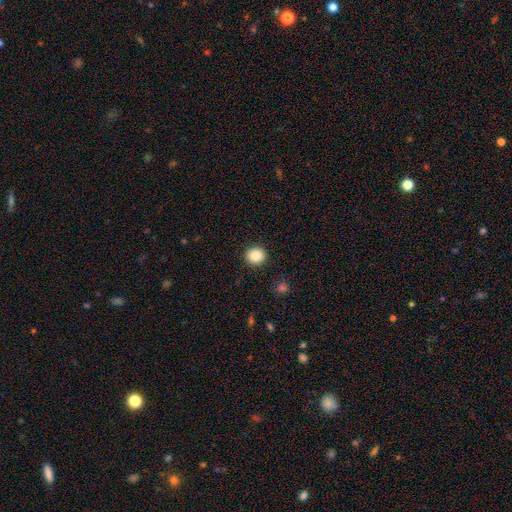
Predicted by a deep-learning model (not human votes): Smooth or featured?
  - smooth: 87% *
  - star or artifact: 9%
  - featured or disk: 3%
How rounded?
  - round: 91% *
  - in between: 8%
  - cigar-shaped: 1%
Merging?
  - none: 92% *
  - minor disturbance: 5%
  - major disturbance: 2%
  - merger: 1%